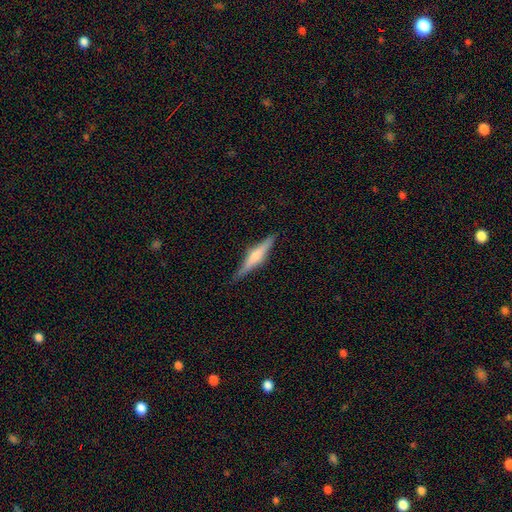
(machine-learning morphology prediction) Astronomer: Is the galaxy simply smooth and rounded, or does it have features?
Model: featured or disk — 60%.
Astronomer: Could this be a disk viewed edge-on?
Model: yes — 97%.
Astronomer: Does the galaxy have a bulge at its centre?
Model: rounded — 65%.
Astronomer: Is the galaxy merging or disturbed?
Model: none — 87%.